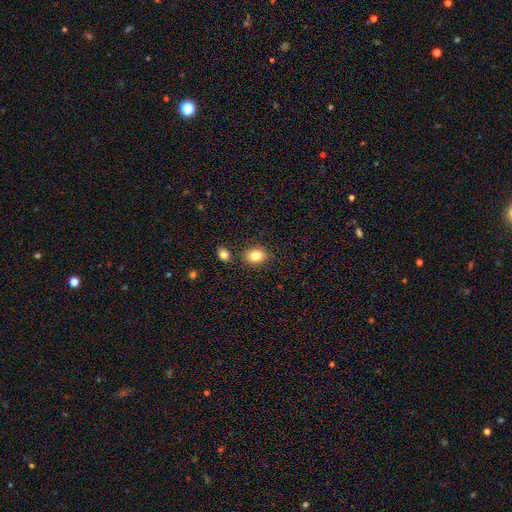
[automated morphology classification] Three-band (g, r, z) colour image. It shows a smooth galaxy with no disk features (82%) that is in between round and cigar-shaped (55%). Merging: none (83%).